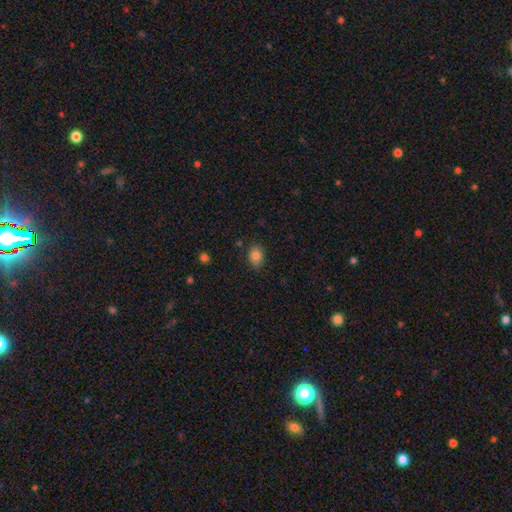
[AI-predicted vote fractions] smooth 84%, star or artifact 10%, featured or disk 6%. Down the decision tree: how rounded — in between (60%); merging — none (84%).